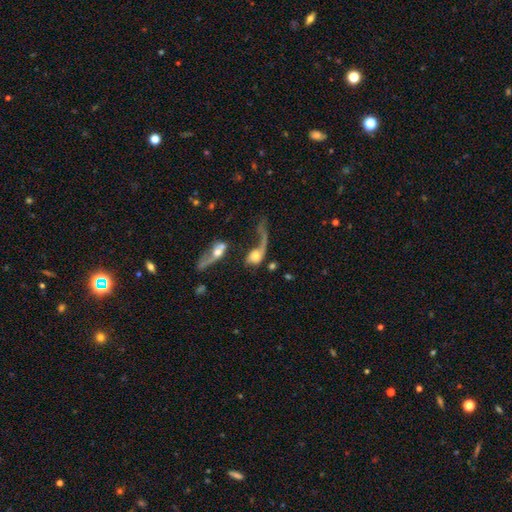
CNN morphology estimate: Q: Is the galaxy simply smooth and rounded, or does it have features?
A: featured or disk — 56%.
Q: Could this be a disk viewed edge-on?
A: no — 90%.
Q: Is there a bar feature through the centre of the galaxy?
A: no — 75%.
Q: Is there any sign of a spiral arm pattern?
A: yes — 68%.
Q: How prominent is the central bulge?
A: moderate — 48%.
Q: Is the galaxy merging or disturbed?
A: merger — 40%.